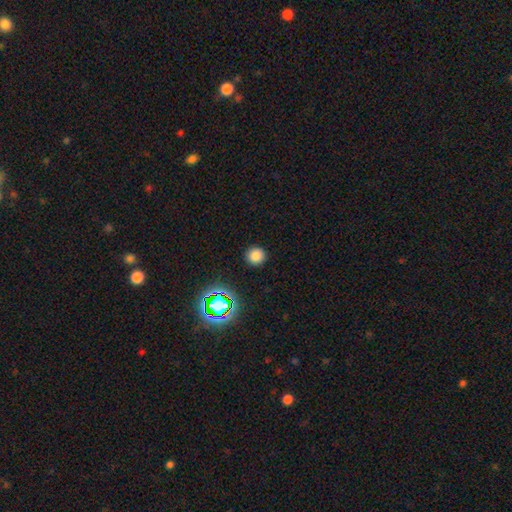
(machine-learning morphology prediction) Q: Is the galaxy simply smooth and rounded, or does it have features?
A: smooth — 79%.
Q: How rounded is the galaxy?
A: round — 93%.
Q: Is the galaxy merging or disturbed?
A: none — 91%.